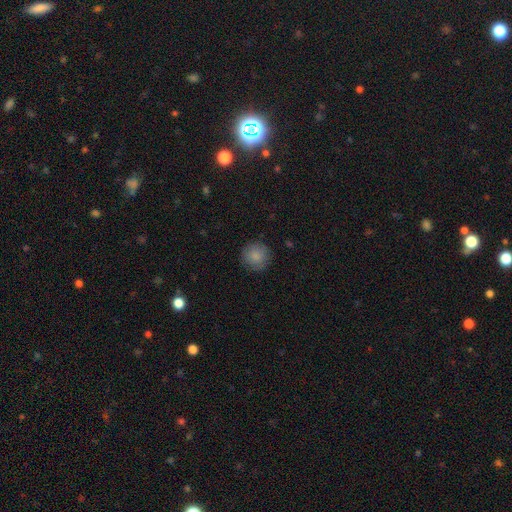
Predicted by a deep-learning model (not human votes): A smooth galaxy with no disk features (85%) that is round (94%). Merging: none (87%).